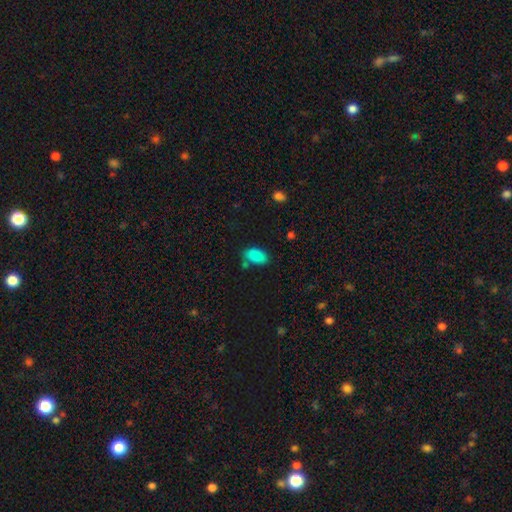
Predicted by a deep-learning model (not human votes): Smooth or featured: smooth — 87% (star or artifact — 9%)
How rounded: in between — 93% (round — 5%)
Merging: none — 71% (minor disturbance — 16%)